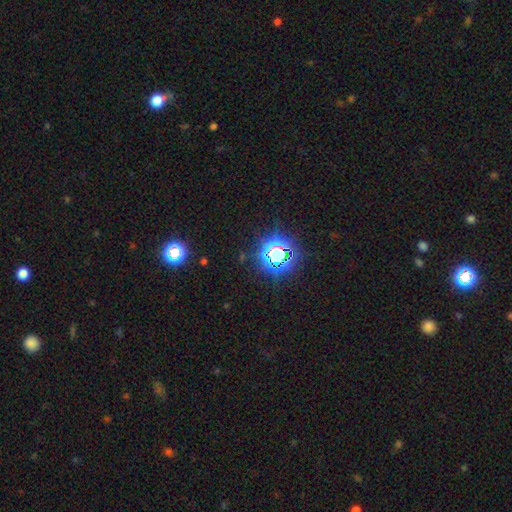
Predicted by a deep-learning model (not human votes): This is likely a star or artifact rather than a galaxy (77%).